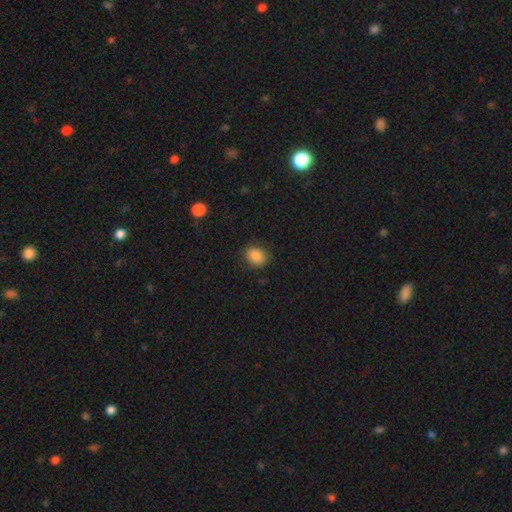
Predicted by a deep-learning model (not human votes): smooth 87%, star or artifact 9%, featured or disk 4%. Down the decision tree: how rounded — round (52%); merging — none (84%).